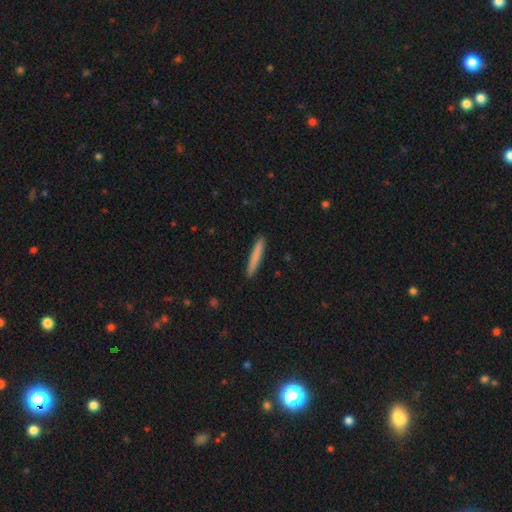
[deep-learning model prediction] Smooth or featured?
  - smooth: 80% *
  - featured or disk: 14%
  - star or artifact: 6%
How rounded?
  - cigar-shaped: 96% *
  - in between: 3%
  - round: 1%
Merging?
  - none: 92% *
  - minor disturbance: 6%
  - major disturbance: 1%
  - merger: 1%